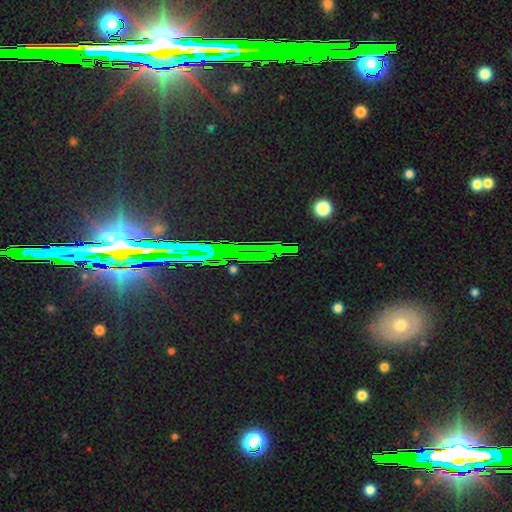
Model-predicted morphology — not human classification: Smooth or featured? Predicted: star or artifact (p=0.76).